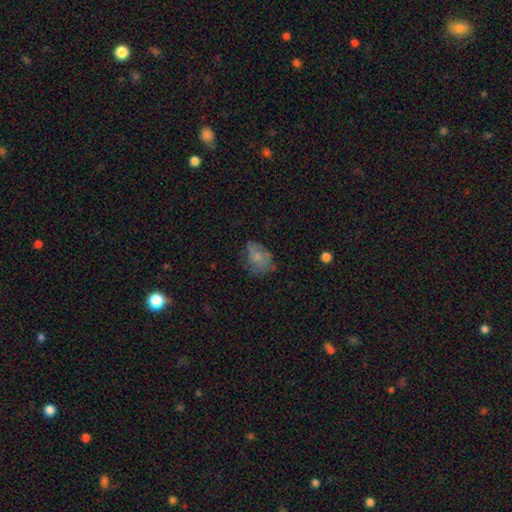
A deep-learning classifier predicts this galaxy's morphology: smooth 60%, featured or disk 25%, star or artifact 15%. Down the decision tree: how rounded — in between (70%); merging — none (58%).